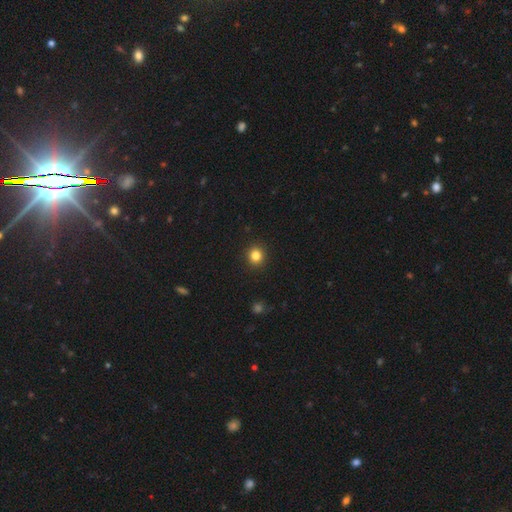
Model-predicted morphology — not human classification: This appears to be a smooth galaxy with no disk features (82%) that is round (92%). Merging: none (93%).